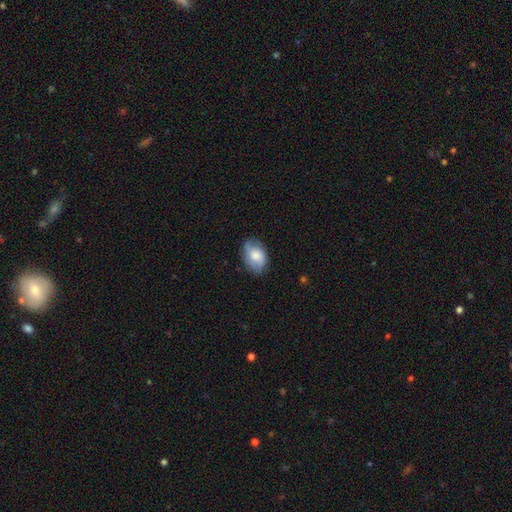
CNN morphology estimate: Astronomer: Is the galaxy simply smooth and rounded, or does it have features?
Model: smooth — 60%.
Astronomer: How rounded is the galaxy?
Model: in between — 83%.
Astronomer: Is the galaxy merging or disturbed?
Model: none — 70%.